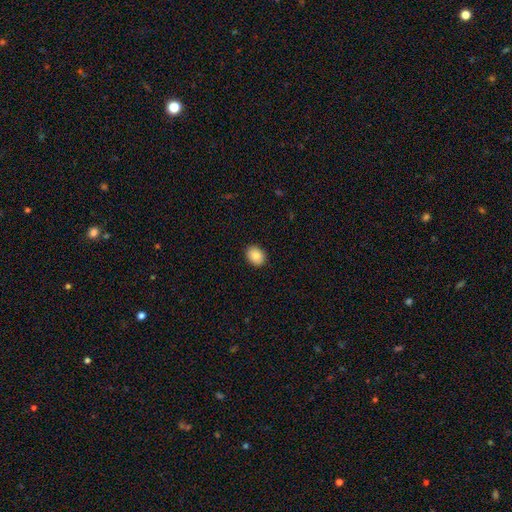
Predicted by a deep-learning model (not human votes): Q: Smooth or featured?
A: smooth (86%); runner-up: star or artifact (8%)
Q: How rounded?
A: in between (54%); runner-up: round (45%)
Q: Merging?
A: none (90%); runner-up: minor disturbance (7%)